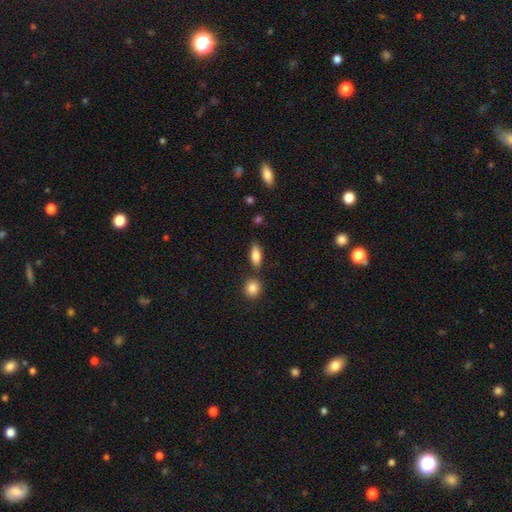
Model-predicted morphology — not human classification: Smooth or featured? Predicted: smooth (p=0.81). How rounded? Predicted: in between (p=0.79). Merging? Predicted: none (p=0.78).